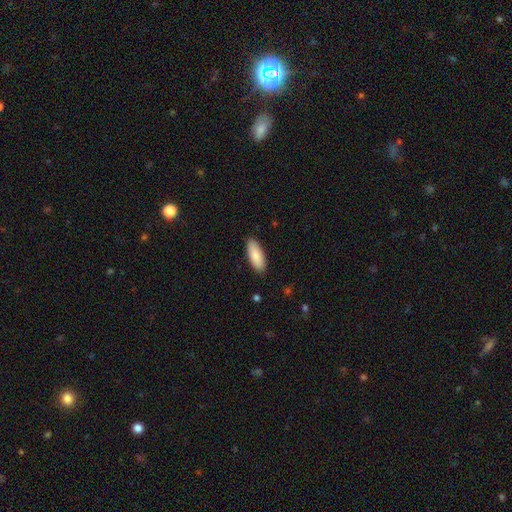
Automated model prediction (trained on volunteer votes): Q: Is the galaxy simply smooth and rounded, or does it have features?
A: smooth — 87%.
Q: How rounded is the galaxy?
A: in between — 78%.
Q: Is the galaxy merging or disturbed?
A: none — 89%.